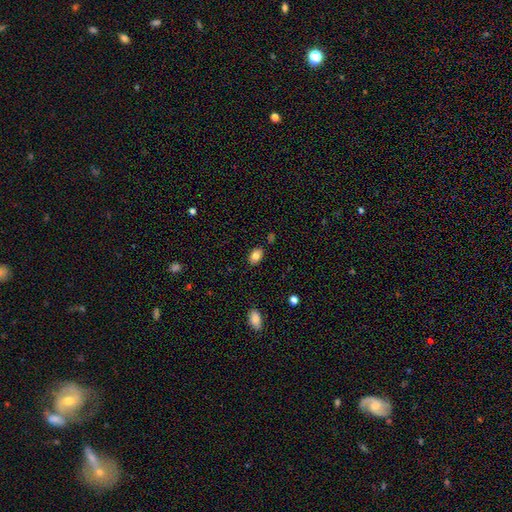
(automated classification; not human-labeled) This appears to be a smooth galaxy with no disk features (83%) that is in between round and cigar-shaped (86%). Merging: none (85%).